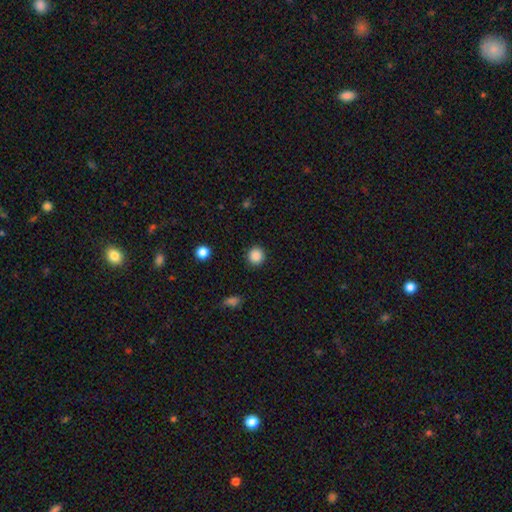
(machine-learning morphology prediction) smooth_or_featured: smooth (p=0.87) [alt: star or artifact p=0.10]
how_rounded: round (p=0.92) [alt: in between p=0.07]
merging: none (p=0.91) [alt: minor disturbance p=0.06]